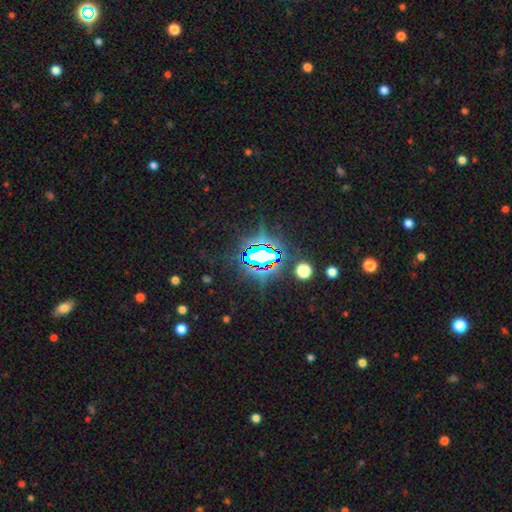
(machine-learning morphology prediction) A star or artifact, not a galaxy (76%).

Vote fractions:
- Smooth or featured? star or artifact: 76% / smooth: 13% / featured or disk: 11%